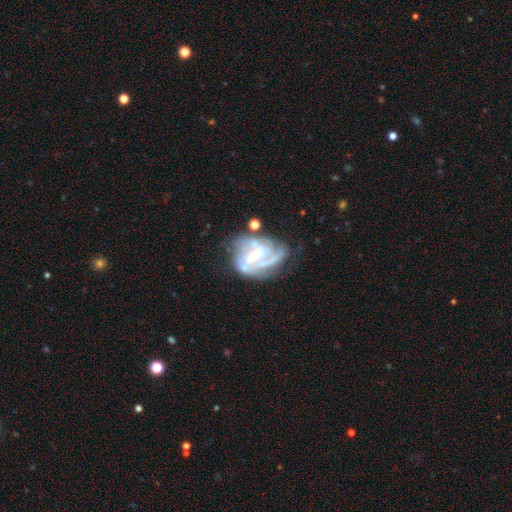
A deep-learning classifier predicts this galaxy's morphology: featured or disk 78%, smooth 14%, star or artifact 8%. Down the decision tree: edge-on disk — no (97%); bar — strong (45%); spiral arms — yes (81%); spiral arm count — 2 (29%); spiral winding — medium (42%); bulge size — none (42%); merging — none (41%).